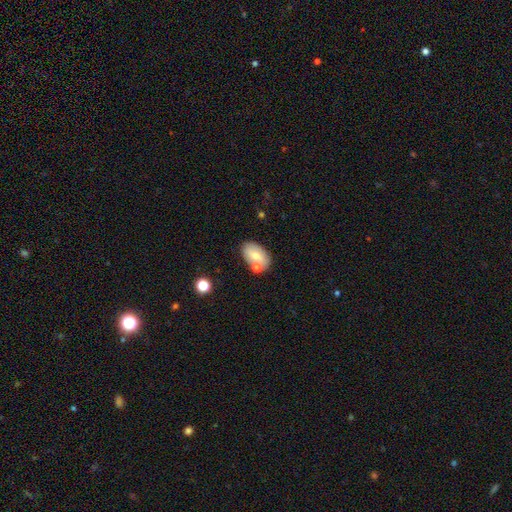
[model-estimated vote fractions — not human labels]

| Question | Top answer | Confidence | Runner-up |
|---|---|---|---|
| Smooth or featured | smooth | 61% | featured or disk (31%) |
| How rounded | in between | 90% | round (8%) |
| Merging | none | 63% | merger (19%) |